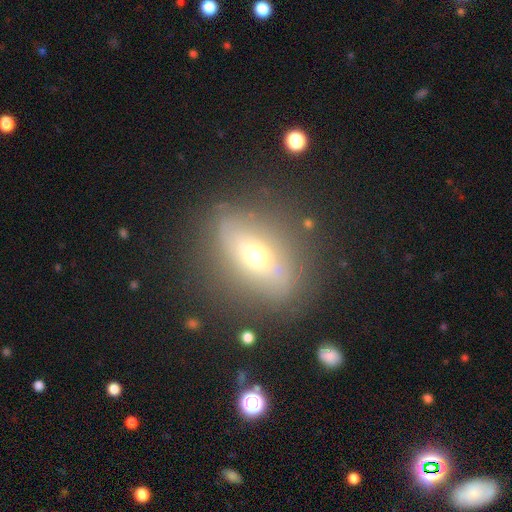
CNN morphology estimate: Smooth or featured? featured or disk (50%)
Edge-on disk? no (56%)
Merging? none (79%)